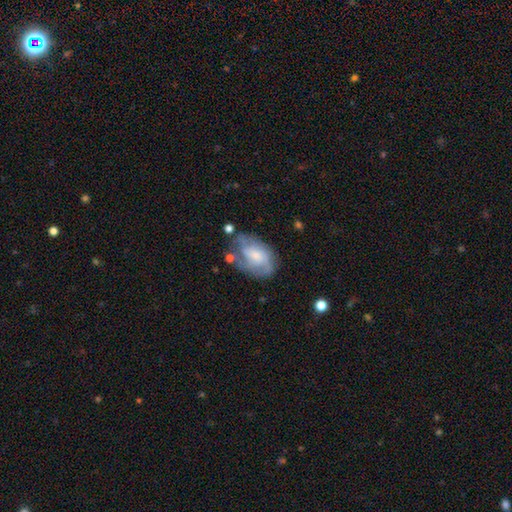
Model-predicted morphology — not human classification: Smooth or featured? featured or disk (58%)
Edge-on disk? no (96%)
Bar? no (65%)
Spiral arms? yes (72%)
Bulge size? small (52%)
Merging? none (49%)